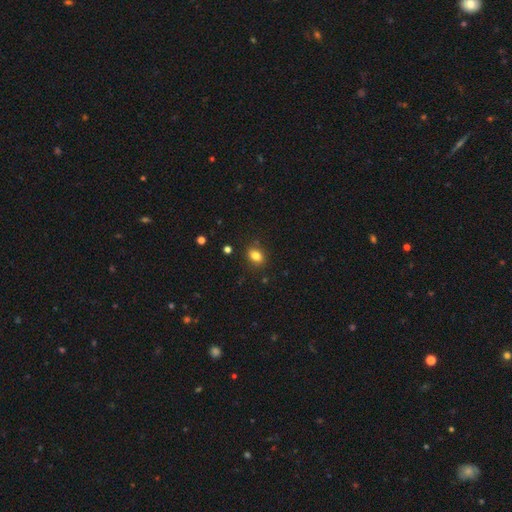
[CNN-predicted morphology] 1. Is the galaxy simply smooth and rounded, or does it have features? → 82% smooth, 11% star or artifact, 7% featured or disk.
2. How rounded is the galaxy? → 67% in between, 31% round, 2% cigar-shaped.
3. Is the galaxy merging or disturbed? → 84% none, 11% minor disturbance, 3% major disturbance, 2% merger.